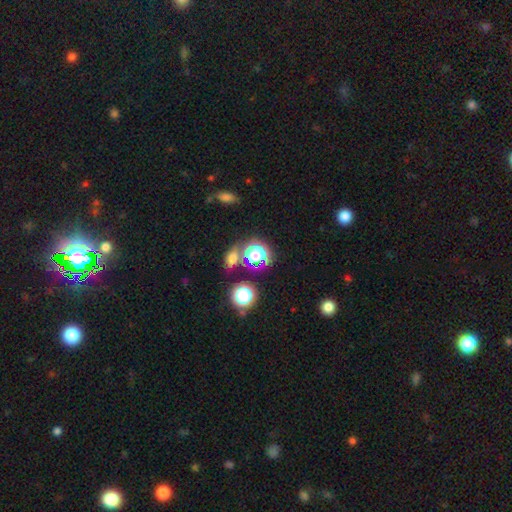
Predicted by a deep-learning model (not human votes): smooth-or-featured: smooth: 47% | star or artifact: 43% | featured or disk: 11%
  merging: none: 63% | merger: 19% | minor disturbance: 11% | major disturbance: 6%